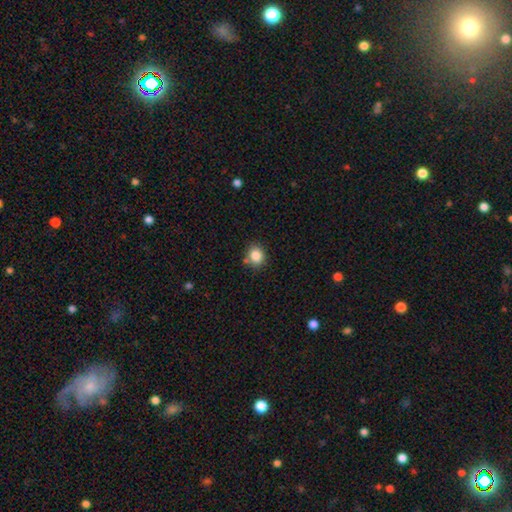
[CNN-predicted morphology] Smooth or featured: smooth — 85% (star or artifact — 10%)
How rounded: round — 73% (in between — 26%)
Merging: none — 75% (minor disturbance — 14%)